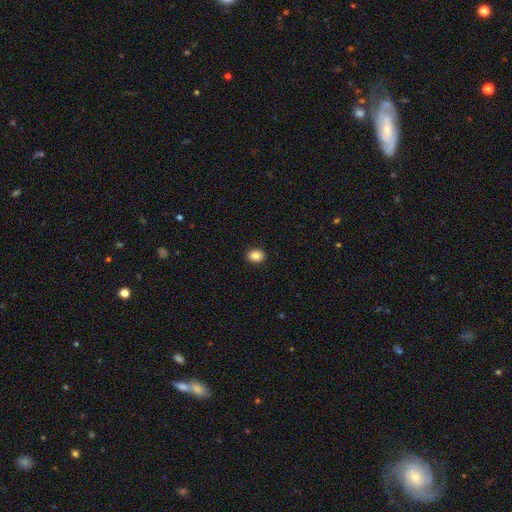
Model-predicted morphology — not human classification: Smooth or featured?
  - smooth: 86% *
  - star or artifact: 9%
  - featured or disk: 5%
How rounded?
  - in between: 55% *
  - round: 44%
  - cigar-shaped: 1%
Merging?
  - none: 90% *
  - minor disturbance: 7%
  - major disturbance: 2%
  - merger: 1%